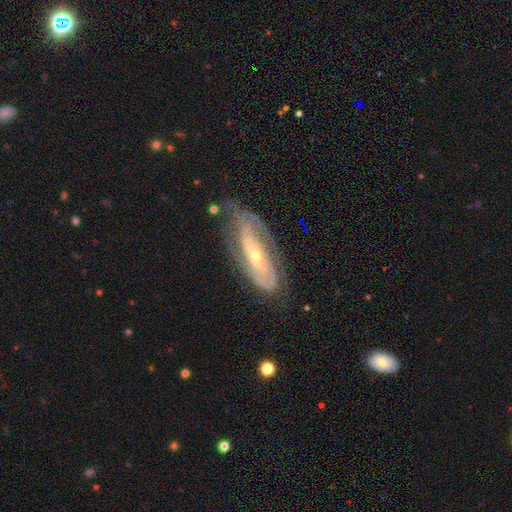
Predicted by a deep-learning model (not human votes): Smooth or featured: featured or disk — 79% (smooth — 14%)
Edge-on disk: no — 89% (yes — 11%)
Bar: no — 64% (weak — 24%)
Spiral arms: yes — 84% (no — 16%)
Spiral winding: tight — 56% (medium — 31%)
Spiral arm count: 2 — 44% (can't tell — 37%)
Bulge size: small — 65% (moderate — 31%)
Merging: none — 61% (minor disturbance — 24%)